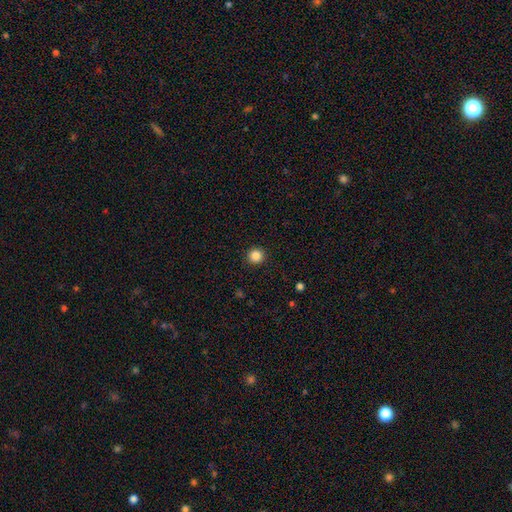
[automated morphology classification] The model was most divided on "smooth or featured": smooth: 86%, star or artifact: 11%, featured or disk: 4%. More confident: how rounded — round (95%); merging — none (93%).